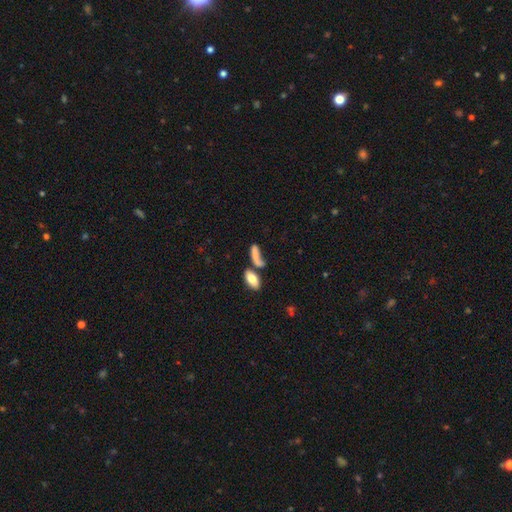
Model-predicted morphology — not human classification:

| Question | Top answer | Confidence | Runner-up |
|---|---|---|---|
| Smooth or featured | smooth | 72% | featured or disk (19%) |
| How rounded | in between | 63% | cigar-shaped (31%) |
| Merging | merger | 40% | none (32%) |